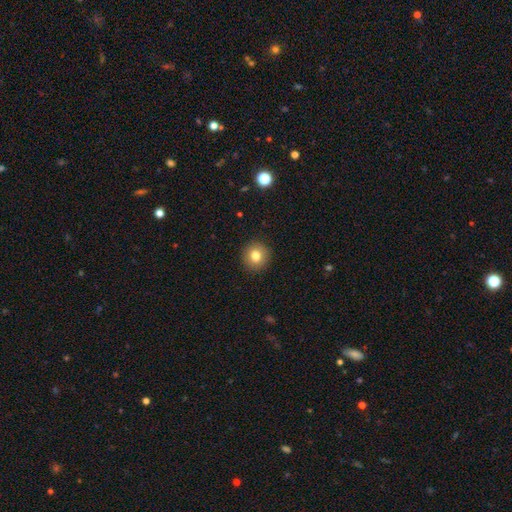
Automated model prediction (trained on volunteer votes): Smooth or featured? Predicted: smooth (p=0.81). How rounded? Predicted: round (p=0.91). Merging? Predicted: none (p=0.92).